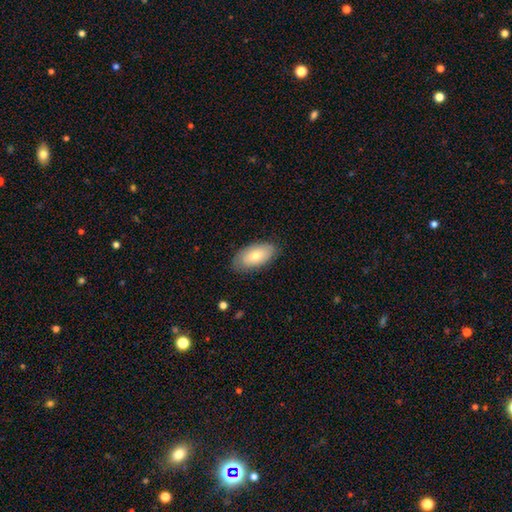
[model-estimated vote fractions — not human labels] This appears to be a smooth galaxy with no disk features (73%) that is in between round and cigar-shaped (94%). Merging: none (81%).